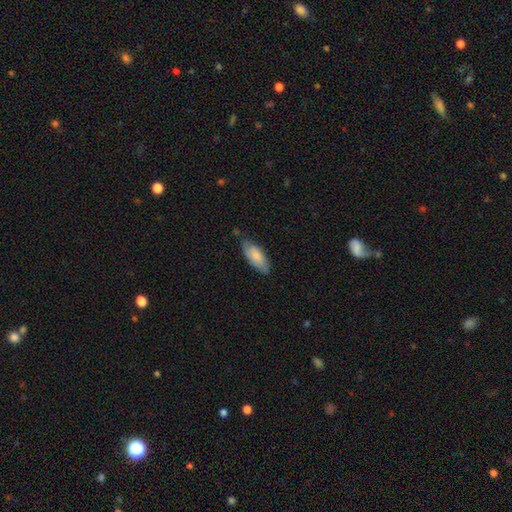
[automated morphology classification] Smooth or featured?
  - smooth: 72% *
  - featured or disk: 22%
  - star or artifact: 6%
How rounded?
  - in between: 81% *
  - cigar-shaped: 17%
  - round: 2%
Merging?
  - none: 68% *
  - minor disturbance: 26%
  - major disturbance: 4%
  - merger: 2%